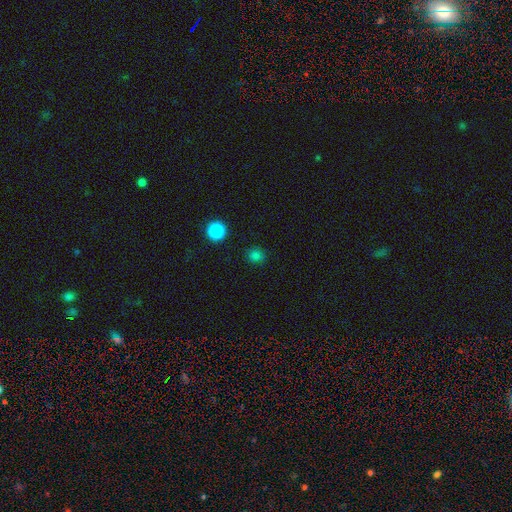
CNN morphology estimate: smooth_or_featured: smooth (p=0.79) [alt: star or artifact p=0.18]
how_rounded: round (p=0.87) [alt: in between p=0.12]
merging: none (p=0.89) [alt: minor disturbance p=0.07]